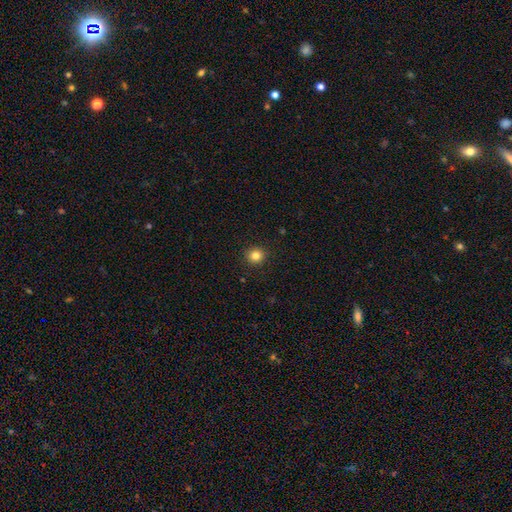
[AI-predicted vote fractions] A smooth galaxy with no disk features (83%) that is round (90%).

Vote fractions:
- Smooth or featured? smooth: 83% / star or artifact: 12% / featured or disk: 5%
- How rounded? round: 90% / in between: 9% / cigar-shaped: 1%
- Merging? none: 92% / minor disturbance: 5% / major disturbance: 2% / merger: 1%